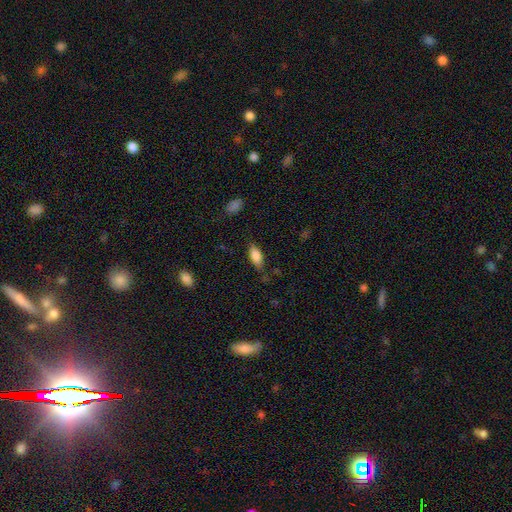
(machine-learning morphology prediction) Smooth or featured? smooth (85%)
How rounded? in between (85%)
Merging? none (72%)